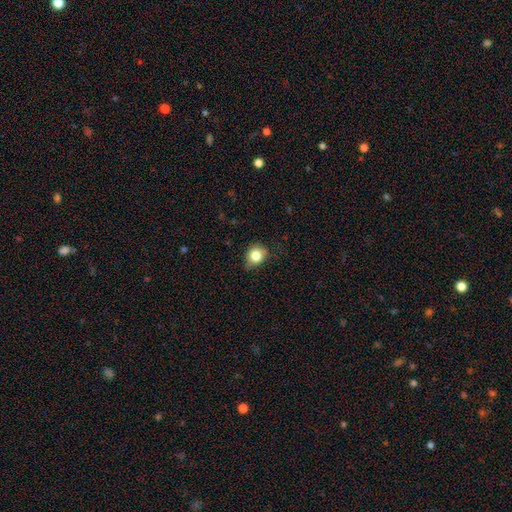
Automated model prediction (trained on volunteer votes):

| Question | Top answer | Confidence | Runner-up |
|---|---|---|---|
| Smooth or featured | smooth | 81% | star or artifact (10%) |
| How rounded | round | 71% | in between (28%) |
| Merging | none | 64% | minor disturbance (28%) |